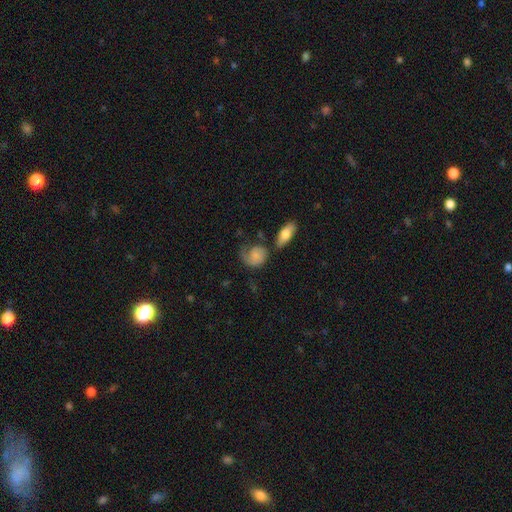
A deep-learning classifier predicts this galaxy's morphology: This appears to be a smooth galaxy with no disk features (52%) that is round (58%). Merging: none (39%).